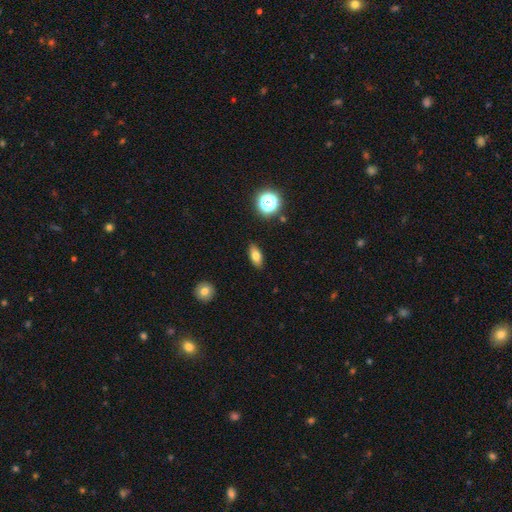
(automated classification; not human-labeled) Smooth or featured? smooth (75%)
How rounded? in between (82%)
Merging? none (88%)